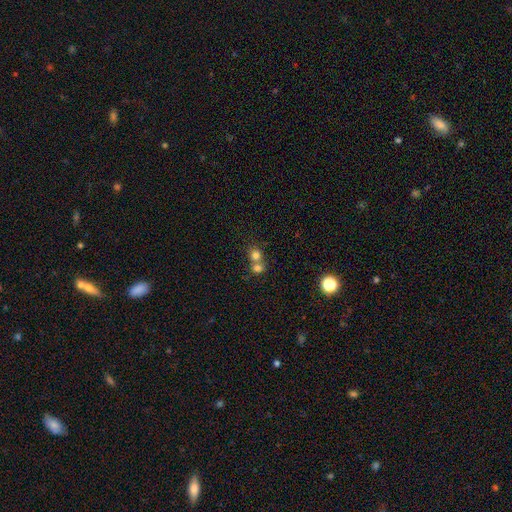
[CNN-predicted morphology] Smooth or featured? Predicted: smooth (p=0.77). How rounded? Predicted: round (p=0.77). Merging? Predicted: merger (p=0.58).